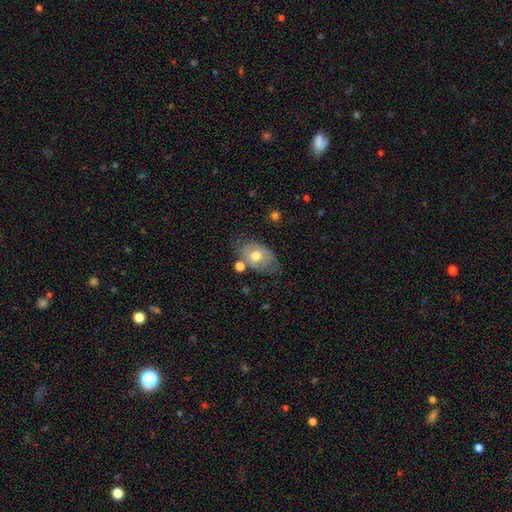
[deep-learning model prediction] smooth_or_featured: smooth (p=0.58) [alt: featured or disk p=0.35]
how_rounded: in between (p=0.83) [alt: round p=0.16]
merging: none (p=0.57) [alt: minor disturbance p=0.26]